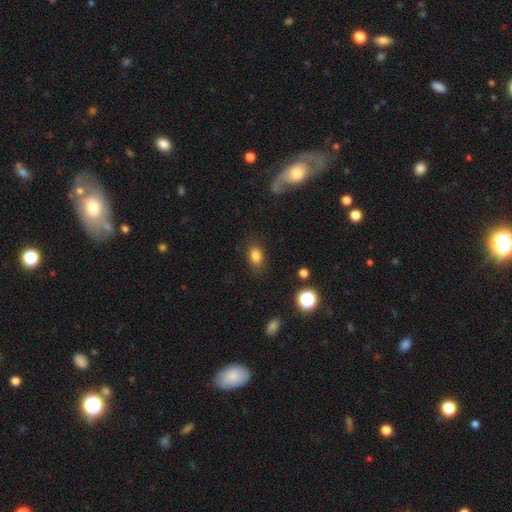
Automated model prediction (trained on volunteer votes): Overall: smooth (82%). How rounded: in between (82%). Merging: none (82%).